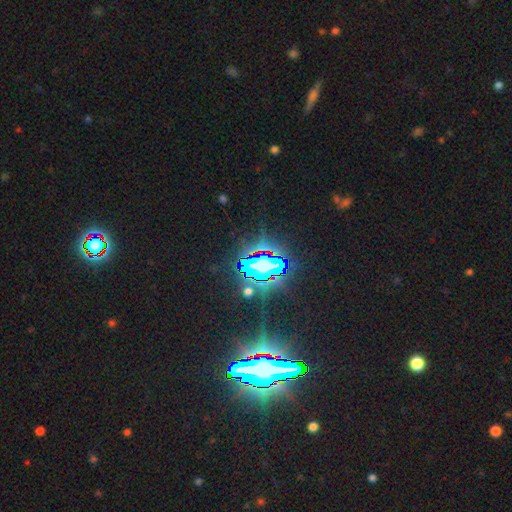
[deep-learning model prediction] A star or artifact, not a galaxy (72%).

Vote fractions:
- Smooth or featured? star or artifact: 72% / smooth: 15% / featured or disk: 13%